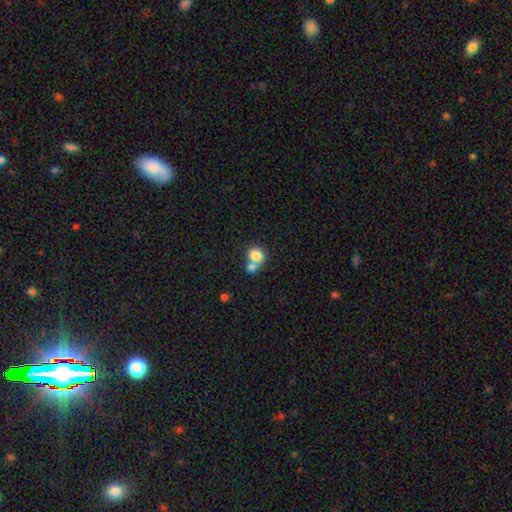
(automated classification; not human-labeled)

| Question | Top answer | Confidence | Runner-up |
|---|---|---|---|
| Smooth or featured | smooth | 82% | star or artifact (10%) |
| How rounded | round | 82% | in between (17%) |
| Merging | merger | 48% | none (43%) |